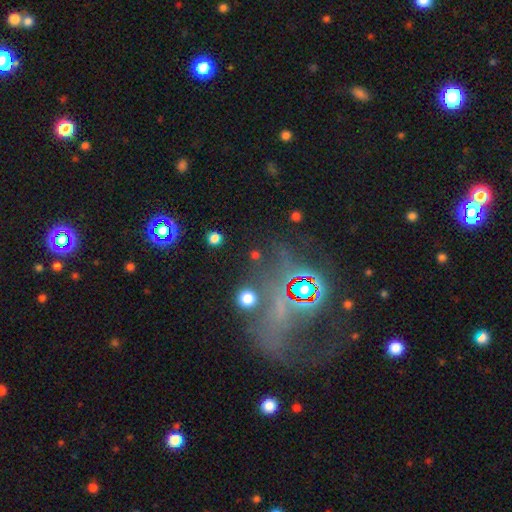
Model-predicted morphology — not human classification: Smooth or featured?
  - star or artifact: 54% *
  - smooth: 35%
  - featured or disk: 11%